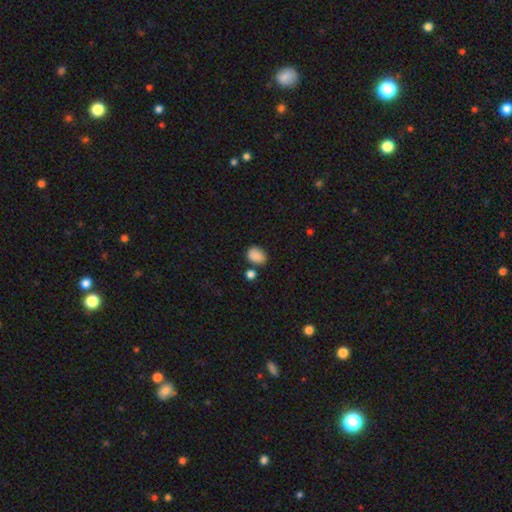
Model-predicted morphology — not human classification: This is clearly a smooth galaxy (86%). How rounded: likely in between (70%). Merging: likely none (68%).